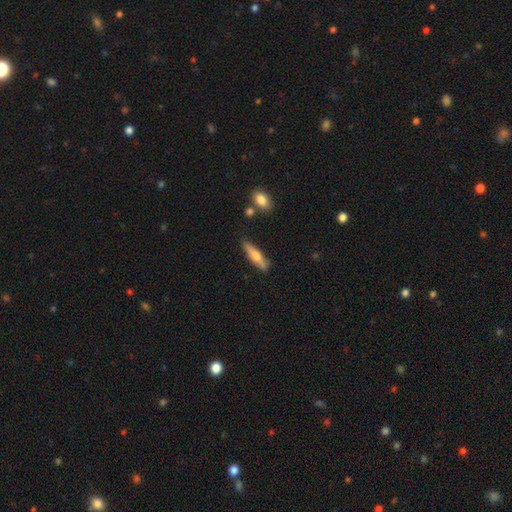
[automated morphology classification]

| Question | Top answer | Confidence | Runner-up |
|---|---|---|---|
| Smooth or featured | smooth | 56% | featured or disk (38%) |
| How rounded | cigar-shaped | 75% | in between (23%) |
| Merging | none | 80% | minor disturbance (14%) |